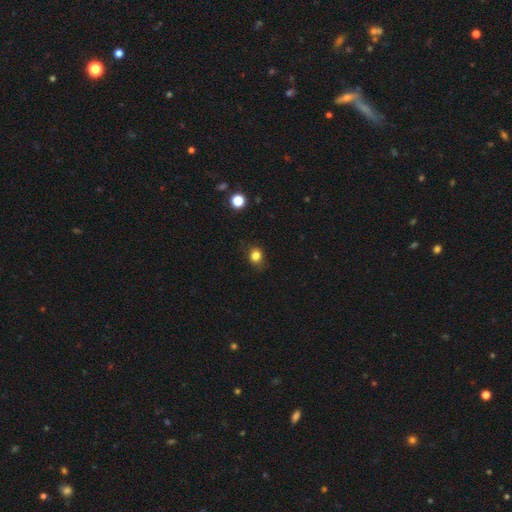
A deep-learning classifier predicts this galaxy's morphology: Smooth or featured?
  - smooth: 83% *
  - star or artifact: 12%
  - featured or disk: 5%
How rounded?
  - round: 71% *
  - in between: 28%
  - cigar-shaped: 1%
Merging?
  - none: 81% *
  - minor disturbance: 14%
  - major disturbance: 4%
  - merger: 1%